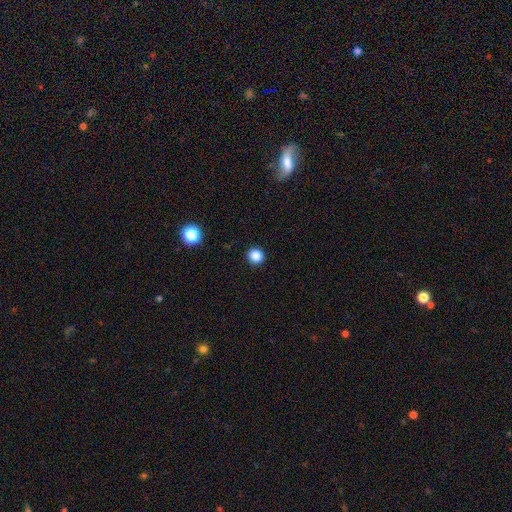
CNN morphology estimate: type=smooth (86%); roundness=round (91%); merging=none (92%).